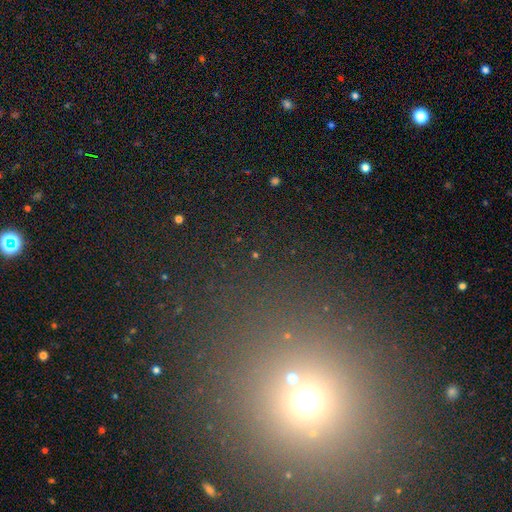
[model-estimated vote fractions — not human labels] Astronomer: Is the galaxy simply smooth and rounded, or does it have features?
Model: star or artifact — 69%.